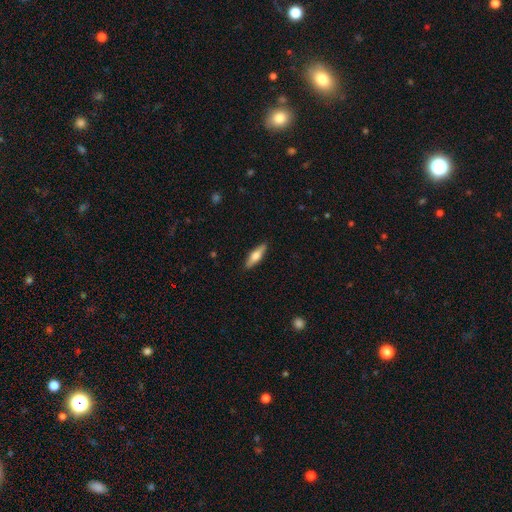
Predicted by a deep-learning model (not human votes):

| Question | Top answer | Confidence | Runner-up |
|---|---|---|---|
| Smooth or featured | smooth | 58% | featured or disk (36%) |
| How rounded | cigar-shaped | 59% | in between (39%) |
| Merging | none | 89% | minor disturbance (9%) |